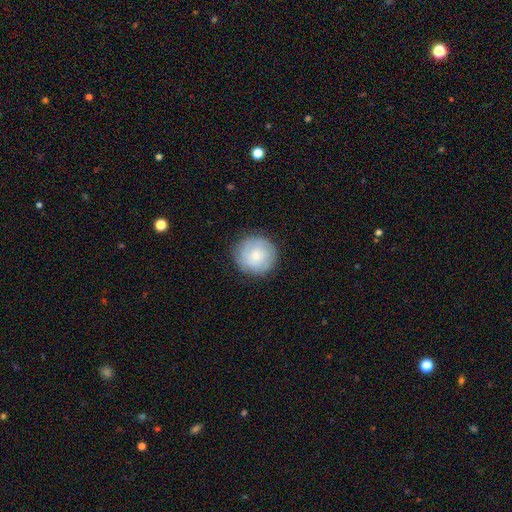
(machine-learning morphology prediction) This appears to be a smooth galaxy with no disk features (70%) that is round (95%). Merging: none (85%).